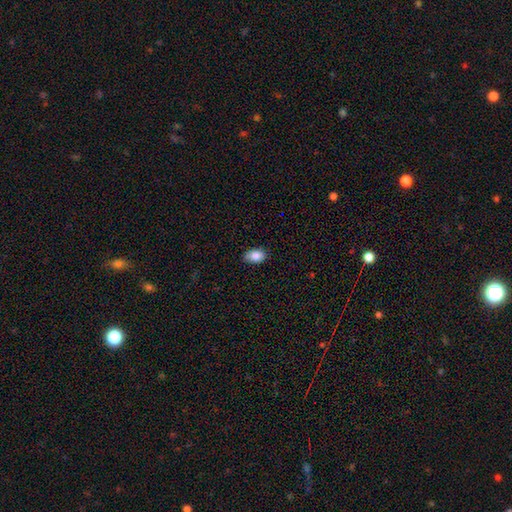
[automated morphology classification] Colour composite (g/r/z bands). It shows a smooth galaxy with no disk features (86%) that is in between round and cigar-shaped (86%). Merging: none (76%).